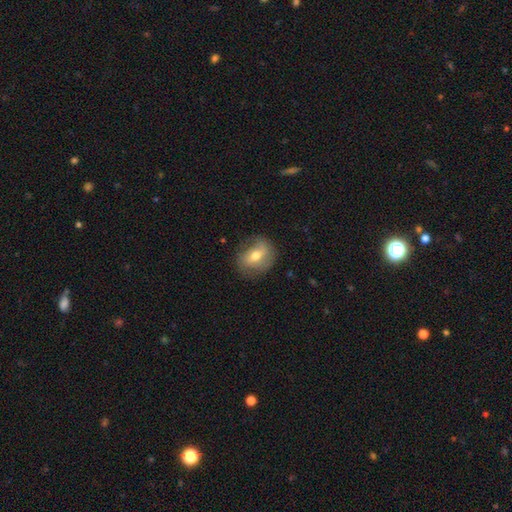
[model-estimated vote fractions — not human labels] Morphology: type=smooth (51%); roundness=in between (59%); merging=none (72%).